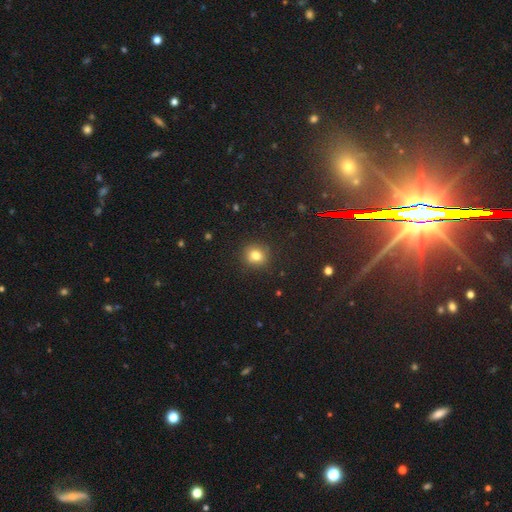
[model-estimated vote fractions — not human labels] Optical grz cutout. It shows a smooth galaxy with no disk features (80%) that is round (84%). Merging: none (88%).